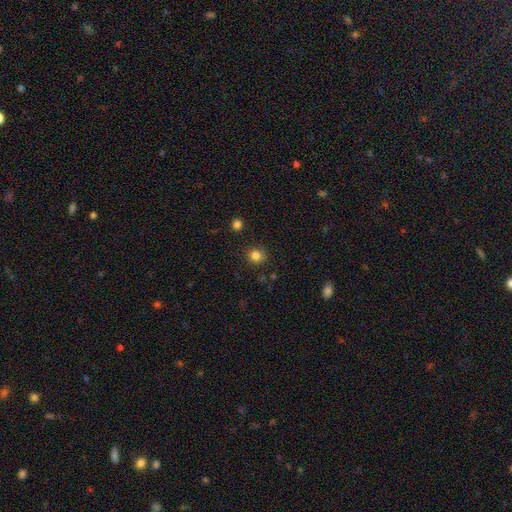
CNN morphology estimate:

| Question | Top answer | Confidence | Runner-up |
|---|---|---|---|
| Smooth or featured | smooth | 83% | star or artifact (13%) |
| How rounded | round | 89% | in between (10%) |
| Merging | none | 87% | minor disturbance (9%) |